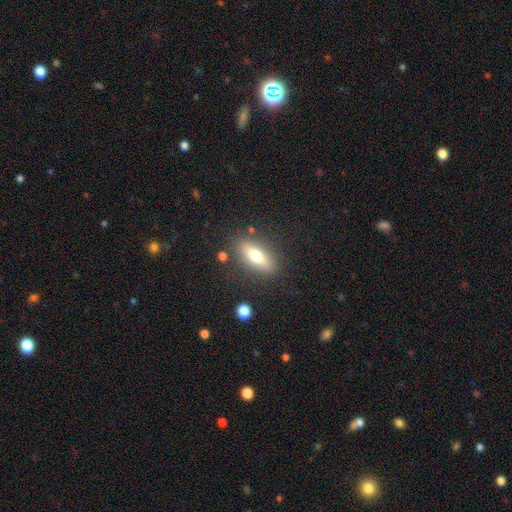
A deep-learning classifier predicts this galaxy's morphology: This appears to be a smooth galaxy with no disk features (63%) that is in between round and cigar-shaped (63%). Merging: none (83%).